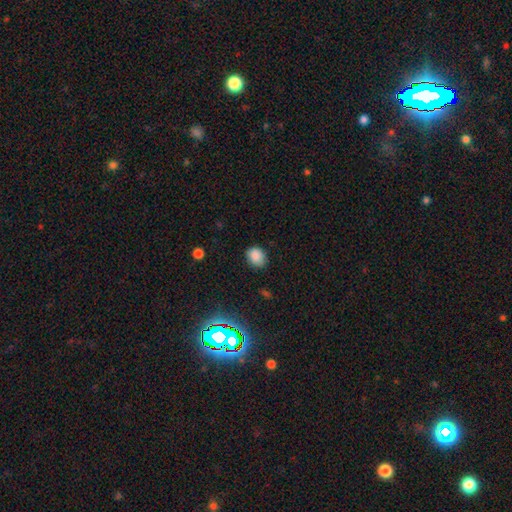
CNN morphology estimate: A smooth galaxy with no disk features (85%) that is round (51%). Merging: none (80%).